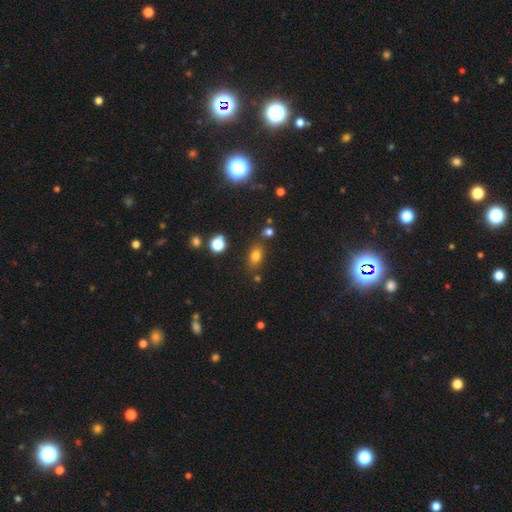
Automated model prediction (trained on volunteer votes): A smooth galaxy with no disk features (76%) that is in between round and cigar-shaped (76%).

Vote fractions:
- Smooth or featured? smooth: 76% / star or artifact: 15% / featured or disk: 9%
- How rounded? in between: 76% / round: 20% / cigar-shaped: 4%
- Merging? none: 74% / minor disturbance: 14% / merger: 8% / major disturbance: 4%